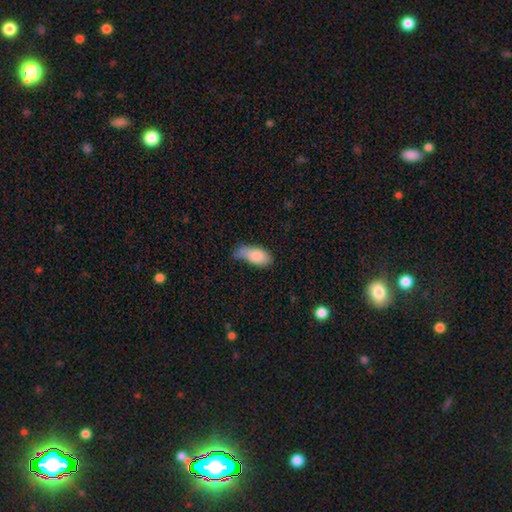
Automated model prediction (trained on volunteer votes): Q: Smooth or featured?
A: smooth (82%); runner-up: featured or disk (11%)
Q: How rounded?
A: in between (88%); runner-up: cigar-shaped (8%)
Q: Merging?
A: minor disturbance (44%); runner-up: none (33%)